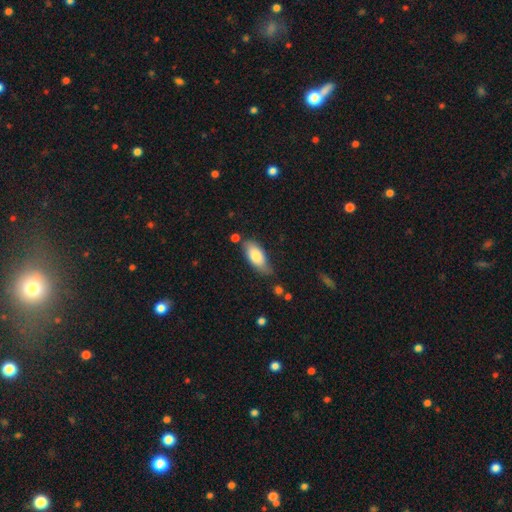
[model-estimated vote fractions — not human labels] smooth_or_featured: smooth (p=0.80) [alt: featured or disk p=0.14]
how_rounded: in between (p=0.87) [alt: cigar-shaped p=0.11]
merging: none (p=0.64) [alt: minor disturbance p=0.25]